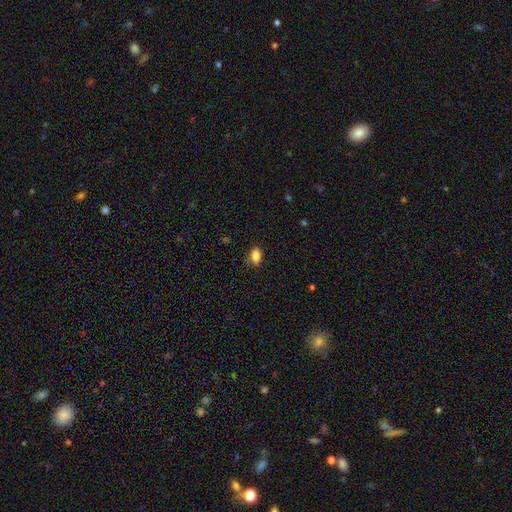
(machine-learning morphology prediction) The model was most divided on "merging": none: 76%, minor disturbance: 18%, major disturbance: 4%, merger: 2%. More confident: how rounded — in between (87%); smooth or featured — smooth (85%).